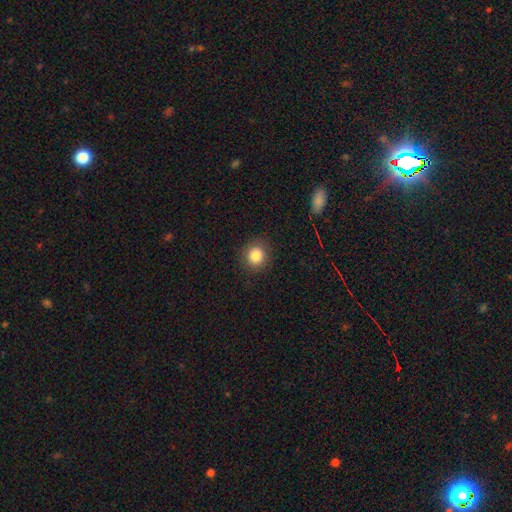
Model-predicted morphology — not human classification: Smooth or featured? Predicted: smooth (p=0.84). How rounded? Predicted: round (p=0.89). Merging? Predicted: none (p=0.89).